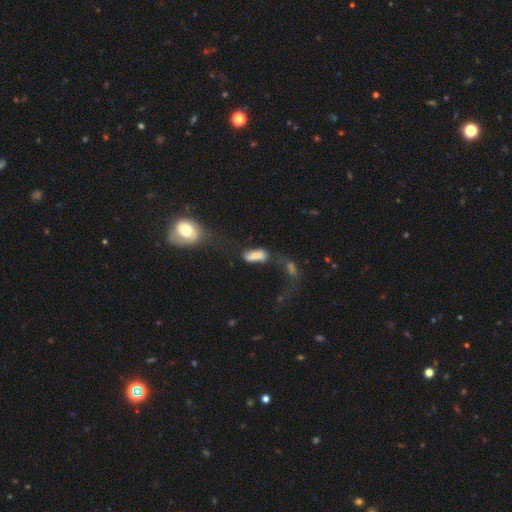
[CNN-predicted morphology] A smooth galaxy with no disk features (76%) that is in between round and cigar-shaped (74%). Merging: none (37%).